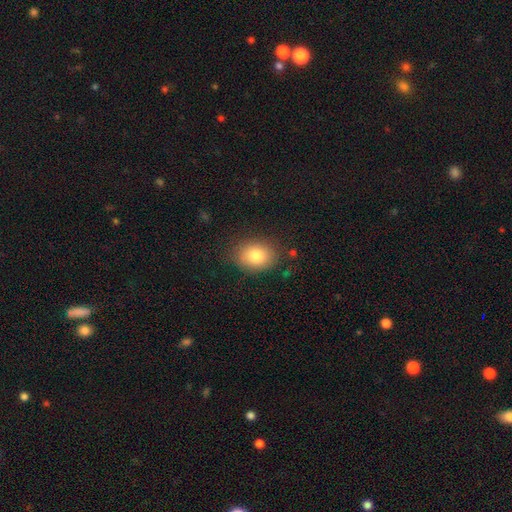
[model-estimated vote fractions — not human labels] smooth-or-featured: smooth: 81% | featured or disk: 10% | star or artifact: 9%
  how-rounded: in between: 66% | round: 33% | cigar-shaped: 1%
  merging: none: 83% | minor disturbance: 12% | major disturbance: 4% | merger: 2%